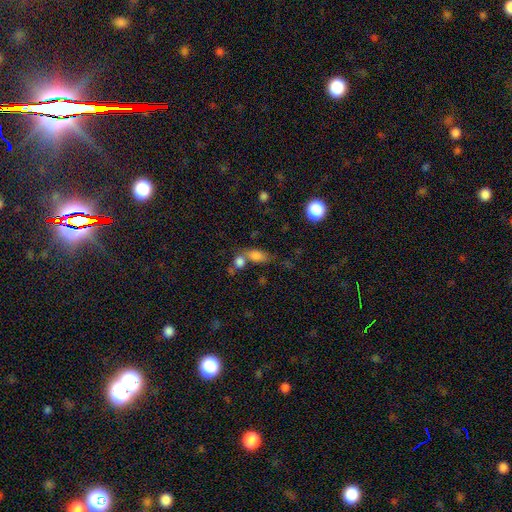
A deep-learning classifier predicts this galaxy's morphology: Q: Smooth or featured?
A: smooth (77%); runner-up: star or artifact (12%)
Q: How rounded?
A: in between (76%); runner-up: round (16%)
Q: Merging?
A: merger (45%); runner-up: none (35%)